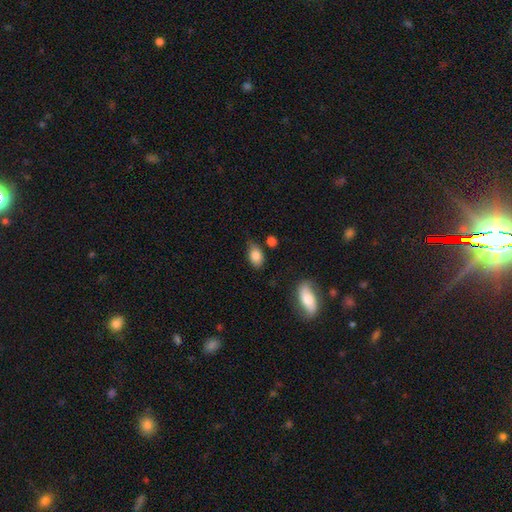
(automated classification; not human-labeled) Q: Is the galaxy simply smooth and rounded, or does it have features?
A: smooth — 84%.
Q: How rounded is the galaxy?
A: in between — 87%.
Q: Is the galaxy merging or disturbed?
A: none — 67%.